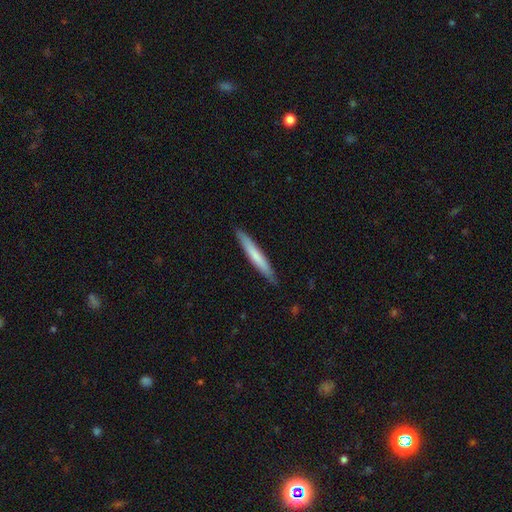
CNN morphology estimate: Smooth or featured? Predicted: smooth (p=0.67). How rounded? Predicted: cigar-shaped (p=0.96). Merging? Predicted: none (p=0.89).